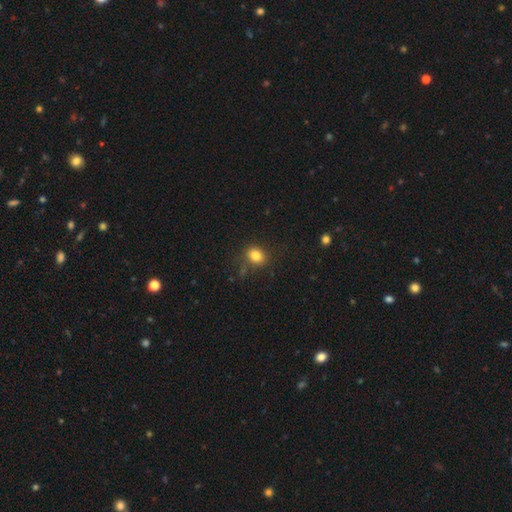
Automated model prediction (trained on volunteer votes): Smooth or featured? smooth (82%)
How rounded? round (52%)
Merging? none (79%)